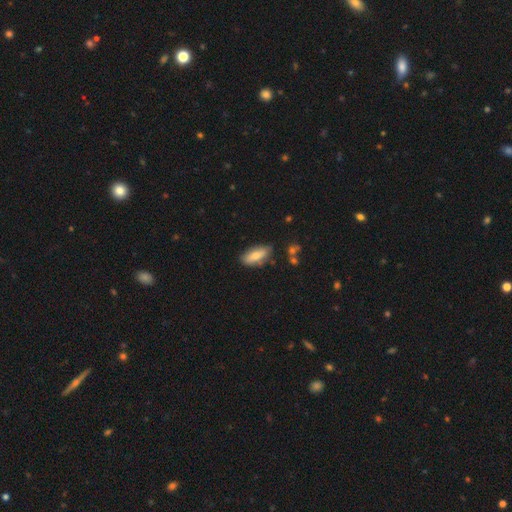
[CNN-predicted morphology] A smooth galaxy with no disk features (74%) that is in between round and cigar-shaped (79%).

Vote fractions:
- Smooth or featured? smooth: 74% / featured or disk: 20% / star or artifact: 7%
- How rounded? in between: 79% / cigar-shaped: 18% / round: 3%
- Merging? none: 76% / minor disturbance: 18% / major disturbance: 3% / merger: 3%